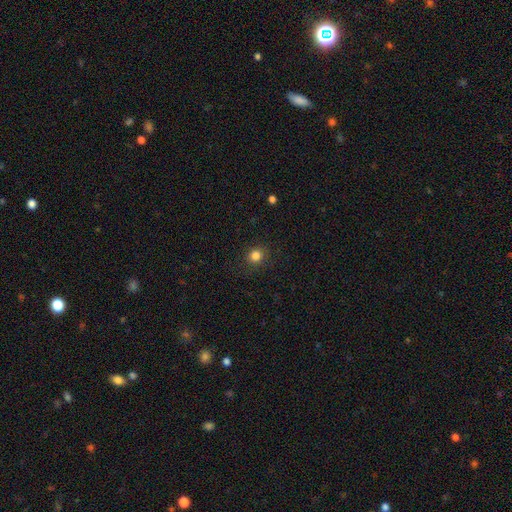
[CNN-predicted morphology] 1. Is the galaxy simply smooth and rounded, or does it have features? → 83% smooth, 13% star or artifact, 4% featured or disk.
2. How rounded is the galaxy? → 86% round, 13% in between, 1% cigar-shaped.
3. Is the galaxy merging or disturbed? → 88% none, 8% minor disturbance, 3% major disturbance, 1% merger.